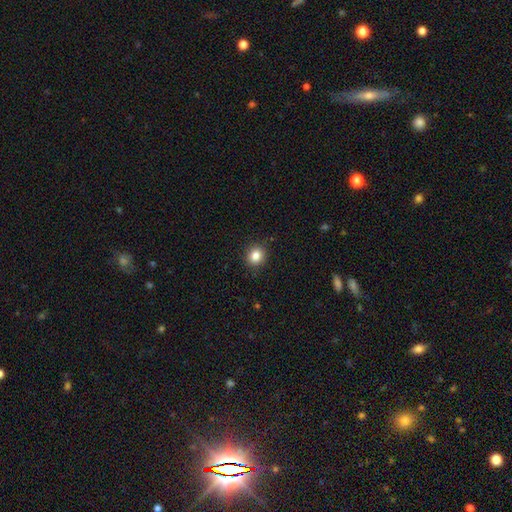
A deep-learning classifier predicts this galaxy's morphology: smooth_or_featured: smooth (p=0.84) [alt: star or artifact p=0.11]
how_rounded: round (p=0.85) [alt: in between p=0.14]
merging: none (p=0.91) [alt: minor disturbance p=0.07]